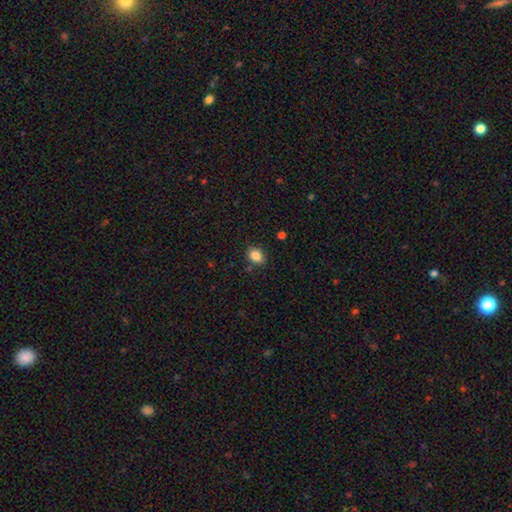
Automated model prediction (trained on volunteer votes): Morphology: type=smooth (86%); roundness=in between (65%); merging=none (83%).